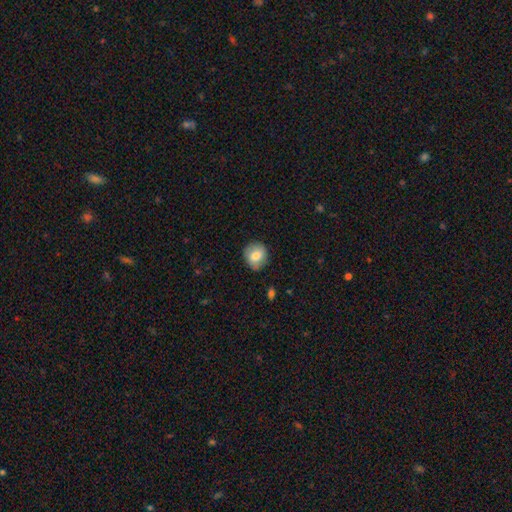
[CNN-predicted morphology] This appears to be a smooth galaxy with no disk features (75%) that is round (83%). Merging: none (80%).